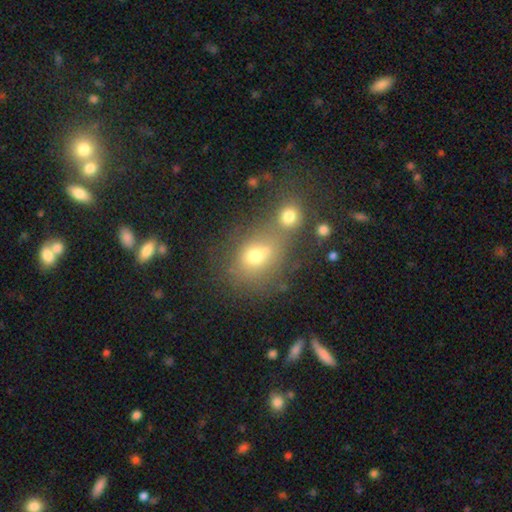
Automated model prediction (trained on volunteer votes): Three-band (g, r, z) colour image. It shows a smooth galaxy with no disk features (67%) that is round (56%). Merging: merger (43%).